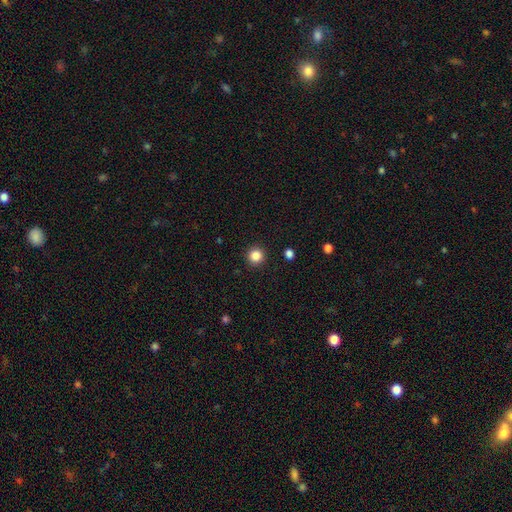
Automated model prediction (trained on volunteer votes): Morphology: type=smooth (85%); roundness=round (95%); merging=none (93%).